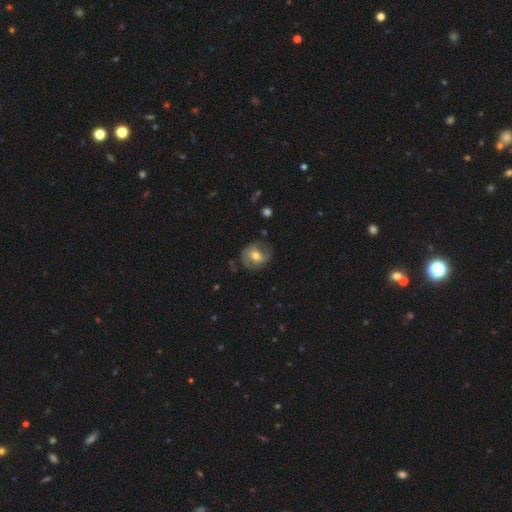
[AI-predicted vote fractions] smooth_or_featured: featured or disk (p=0.56) [alt: smooth p=0.37]
disk_edge_on: no (p=0.96) [alt: yes p=0.04]
bar: no (p=0.43) [alt: weak p=0.39]
has_spiral_arms: yes (p=0.74) [alt: no p=0.26]
bulge_size: moderate (p=0.70) [alt: small p=0.22]
merging: none (p=0.66) [alt: minor disturbance p=0.23]